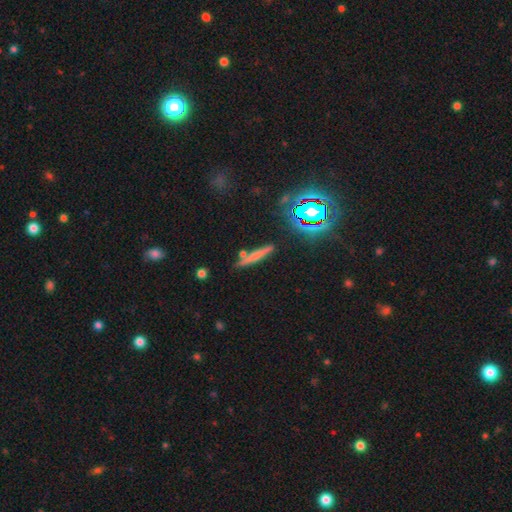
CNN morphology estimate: Smooth or featured? Predicted: smooth (p=0.55). How rounded? Predicted: cigar-shaped (p=0.90). Merging? Predicted: none (p=0.78).